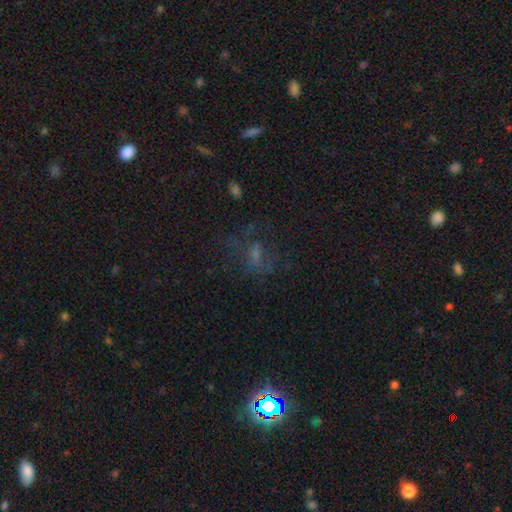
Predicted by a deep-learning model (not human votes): smooth-or-featured: smooth: 36% | featured or disk: 34% | star or artifact: 30%
  merging: none: 48% | major disturbance: 31% | minor disturbance: 18% | merger: 3%